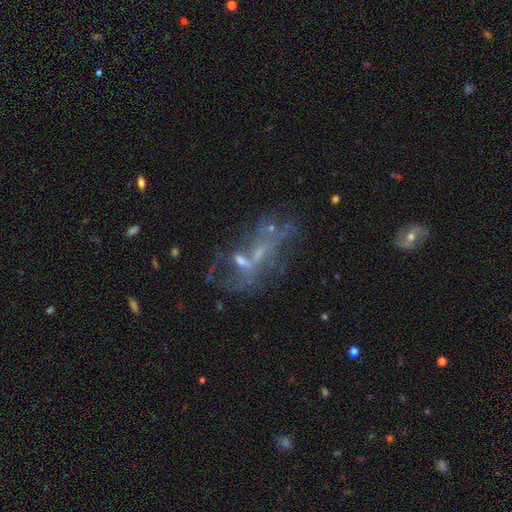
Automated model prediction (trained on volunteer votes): Smooth or featured?
  - featured or disk: 58% *
  - star or artifact: 23%
  - smooth: 19%
Edge-on disk?
  - no: 92% *
  - yes: 8%
Bar?
  - no: 73% *
  - weak: 20%
  - strong: 7%
Spiral arms?
  - no: 74% *
  - yes: 26%
Bulge size?
  - small: 41% *
  - none: 37%
  - moderate: 18%
  - large: 2%
  - dominant: 1%
Merging?
  - none: 33% *
  - major disturbance: 27%
  - merger: 27%
  - minor disturbance: 13%